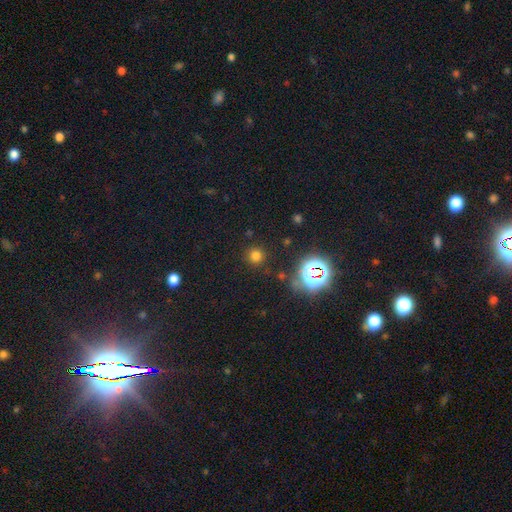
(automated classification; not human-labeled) Morphology: type=smooth (71%); roundness=round (93%); merging=none (87%).